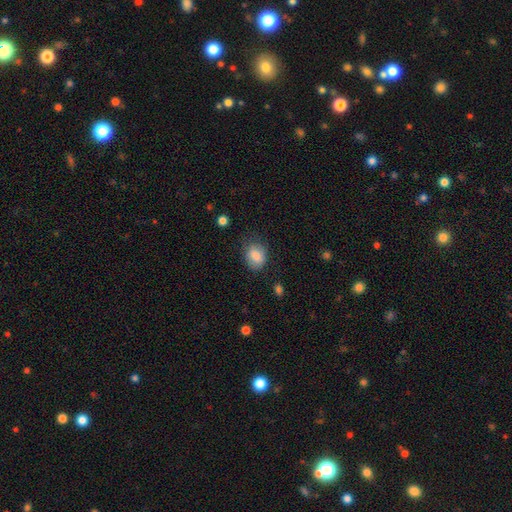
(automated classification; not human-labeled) Smooth or featured? Predicted: smooth (p=0.84). How rounded? Predicted: in between (p=0.61). Merging? Predicted: none (p=0.71).